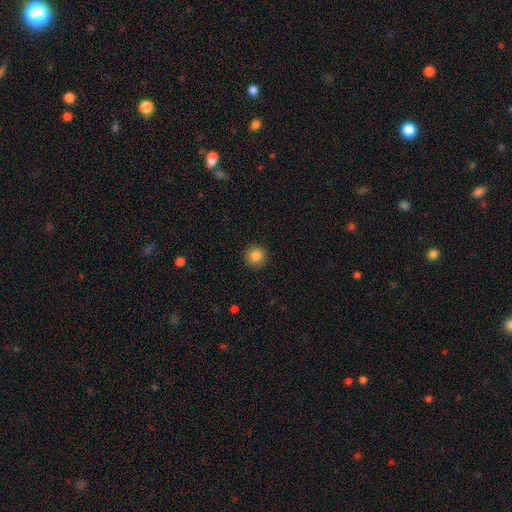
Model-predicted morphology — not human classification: Smooth or featured? Predicted: smooth (p=0.84). How rounded? Predicted: round (p=0.95). Merging? Predicted: none (p=0.92).